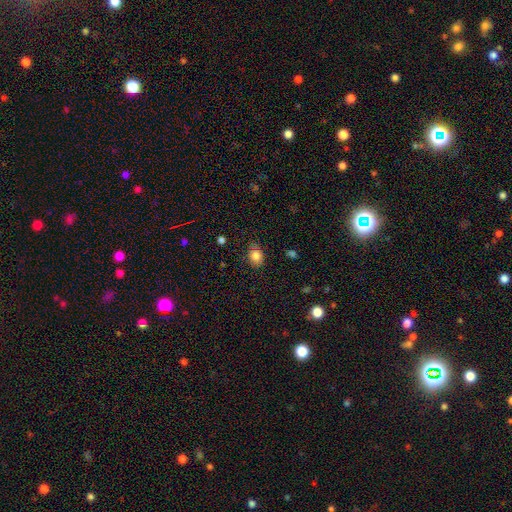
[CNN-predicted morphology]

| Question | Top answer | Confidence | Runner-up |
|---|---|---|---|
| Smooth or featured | smooth | 84% | star or artifact (10%) |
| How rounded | in between | 60% | round (39%) |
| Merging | none | 78% | minor disturbance (17%) |